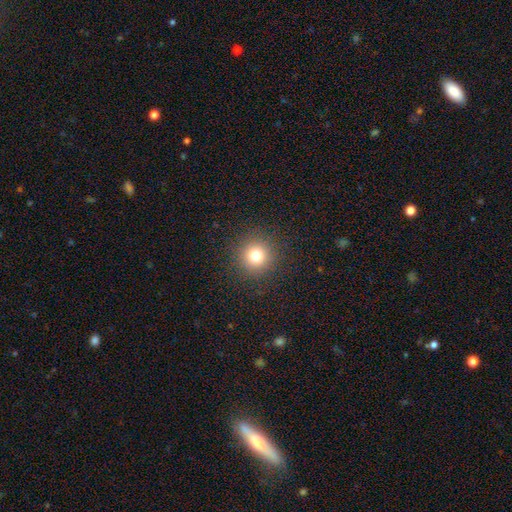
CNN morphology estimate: A smooth galaxy with no disk features (78%) that is round (95%). Merging: none (91%).